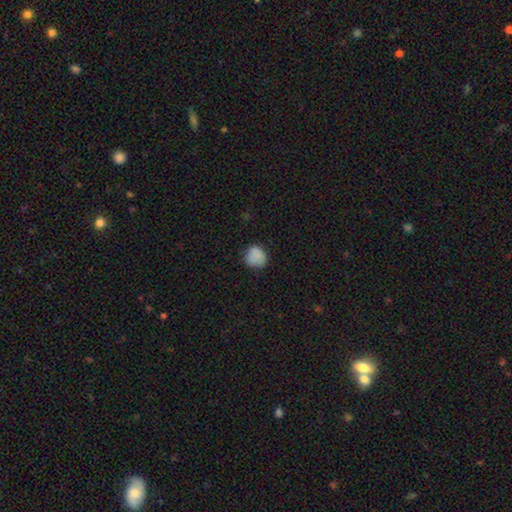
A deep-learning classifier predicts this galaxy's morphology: This is clearly a smooth galaxy (85%). How rounded: clearly round (84%). Merging: likely none (77%).